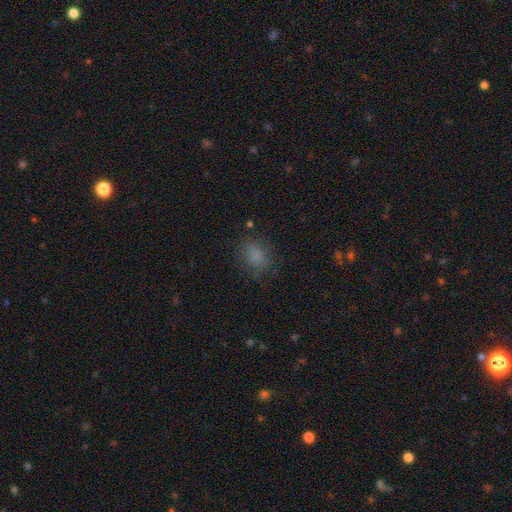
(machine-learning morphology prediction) Overall: smooth (82%). How rounded: in between (52%; round 47%). Merging: none (79%).